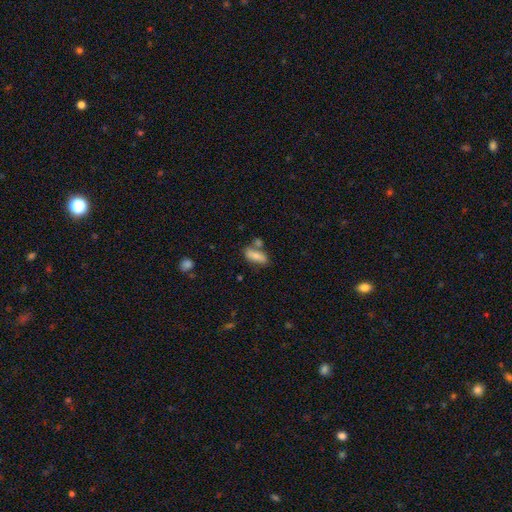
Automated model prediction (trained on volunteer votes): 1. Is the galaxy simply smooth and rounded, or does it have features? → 74% smooth, 18% featured or disk, 8% star or artifact.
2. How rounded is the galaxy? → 71% in between, 25% cigar-shaped, 4% round.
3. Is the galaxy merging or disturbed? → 55% none, 22% merger, 17% minor disturbance, 6% major disturbance.